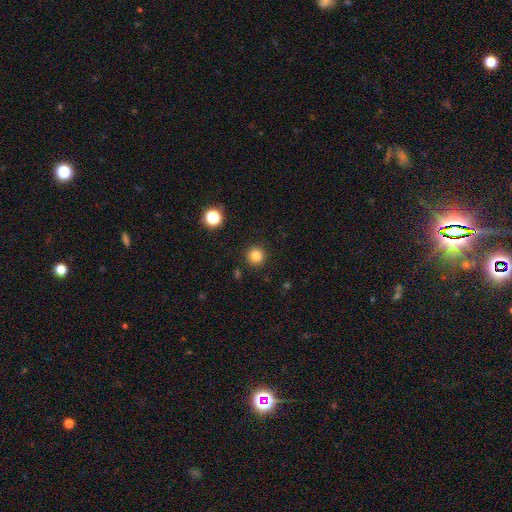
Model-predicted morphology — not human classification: Smooth or featured?
  - smooth: 82% *
  - star or artifact: 13%
  - featured or disk: 5%
How rounded?
  - round: 95% *
  - in between: 4%
  - cigar-shaped: 1%
Merging?
  - none: 91% *
  - minor disturbance: 5%
  - major disturbance: 2%
  - merger: 2%